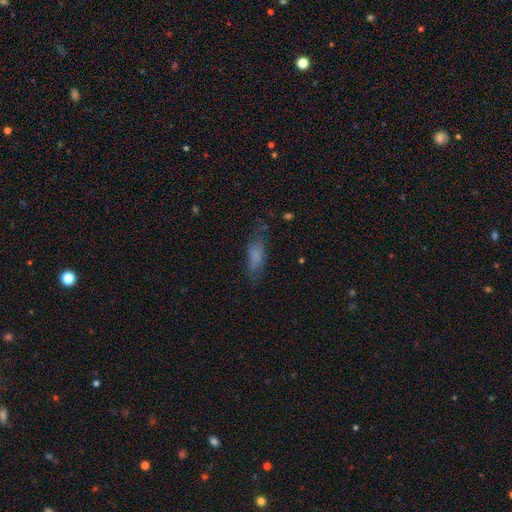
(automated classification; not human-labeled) A smooth galaxy with no disk features (72%) that is in between round and cigar-shaped (62%).

Vote fractions:
- Smooth or featured? smooth: 72% / featured or disk: 17% / star or artifact: 10%
- How rounded? in between: 62% / cigar-shaped: 35% / round: 3%
- Merging? none: 60% / minor disturbance: 25% / major disturbance: 13% / merger: 2%